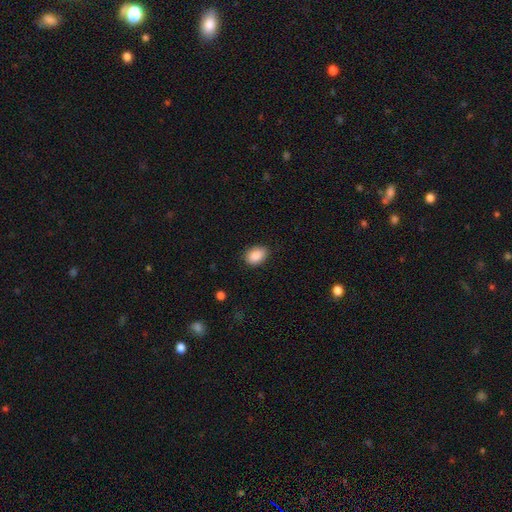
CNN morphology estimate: Q: Smooth or featured?
A: smooth (88%); runner-up: star or artifact (8%)
Q: How rounded?
A: in between (76%); runner-up: round (23%)
Q: Merging?
A: none (82%); runner-up: minor disturbance (14%)